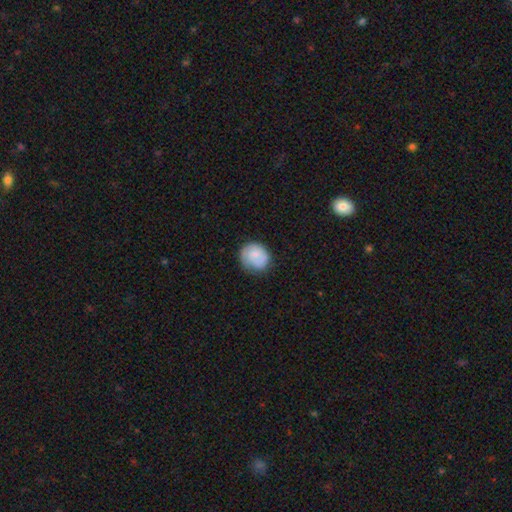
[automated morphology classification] Smooth or featured? smooth (58%)
How rounded? round (77%)
Merging? none (71%)